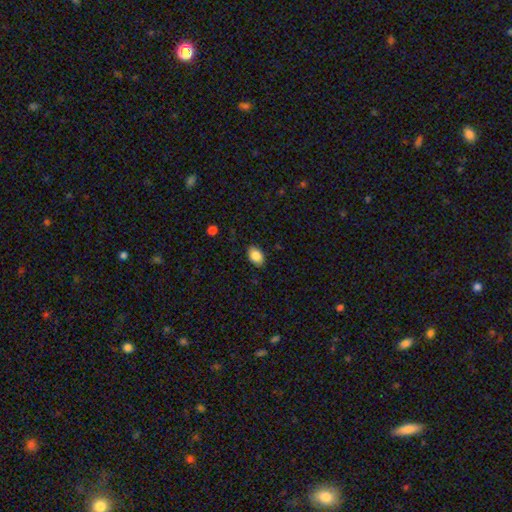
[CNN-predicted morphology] smooth 87%, star or artifact 8%, featured or disk 6%. Down the decision tree: how rounded — in between (88%); merging — none (87%).